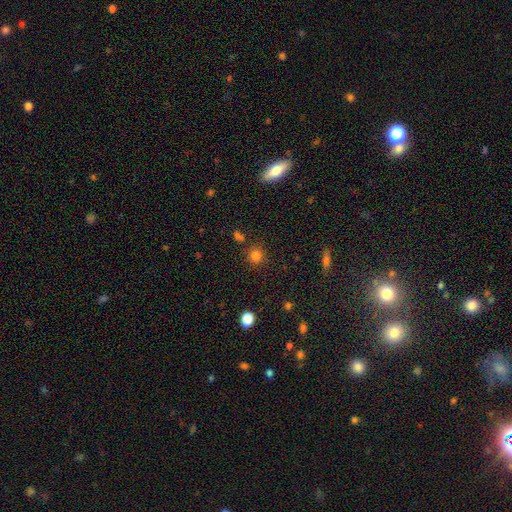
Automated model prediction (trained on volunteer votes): Smooth or featured?
  - smooth: 80% *
  - star or artifact: 15%
  - featured or disk: 5%
How rounded?
  - round: 89% *
  - in between: 10%
  - cigar-shaped: 1%
Merging?
  - none: 83% *
  - minor disturbance: 9%
  - merger: 5%
  - major disturbance: 3%